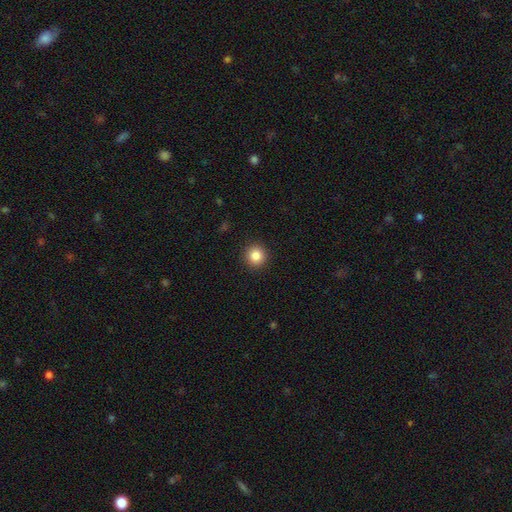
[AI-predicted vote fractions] Smooth or featured? Predicted: smooth (p=0.85). How rounded? Predicted: round (p=0.94). Merging? Predicted: none (p=0.92).